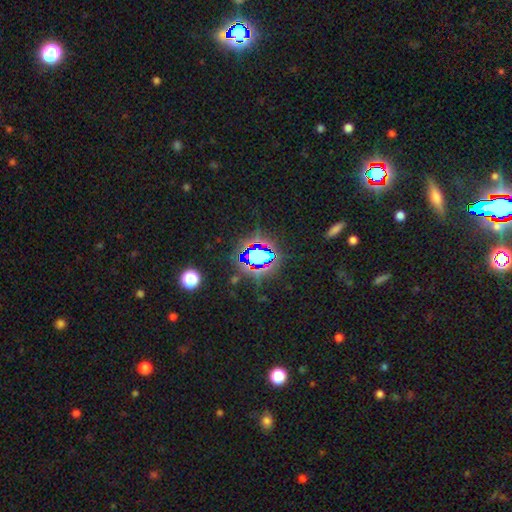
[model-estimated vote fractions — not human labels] Smooth or featured? star or artifact (72%)